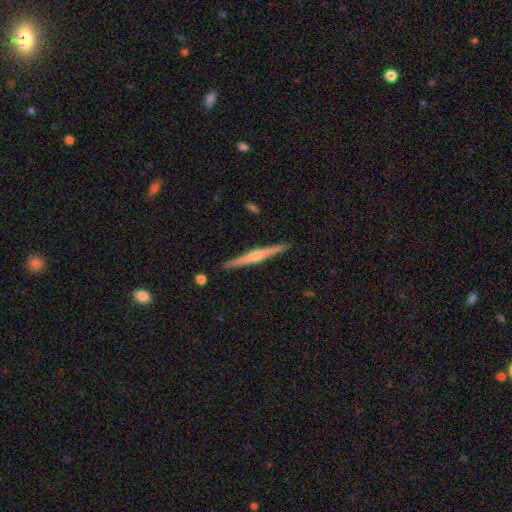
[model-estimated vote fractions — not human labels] Smooth or featured? featured or disk (73%)
Edge-on disk? yes (98%)
Edge-on bulge? rounded (81%)
Merging? none (92%)